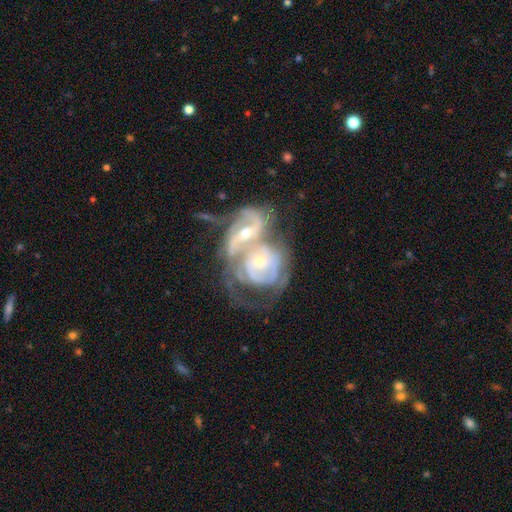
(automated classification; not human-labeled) A featured or disk galaxy (83%) with no bar (54%), 2 (41%) tight (59%) spiral arms (90%) and a small central bulge (50%).

Vote fractions:
- Smooth or featured? featured or disk: 83% / smooth: 10% / star or artifact: 7%
- Edge-on disk? no: 96% / yes: 4%
- Bar? no: 54% / weak: 32% / strong: 13%
- Spiral arms? yes: 90% / no: 10%
- Spiral winding? tight: 59% / medium: 31% / loose: 10%
- Spiral arm count? 2: 41% / can't tell: 32% / 3: 12% / 1: 6% / 4: 5% / more than 4: 4%
- Bulge size? small: 50% / moderate: 44% / large: 3% / none: 2% / dominant: 1%
- Merging? merger: 74% / none: 14% / major disturbance: 6% / minor disturbance: 6%